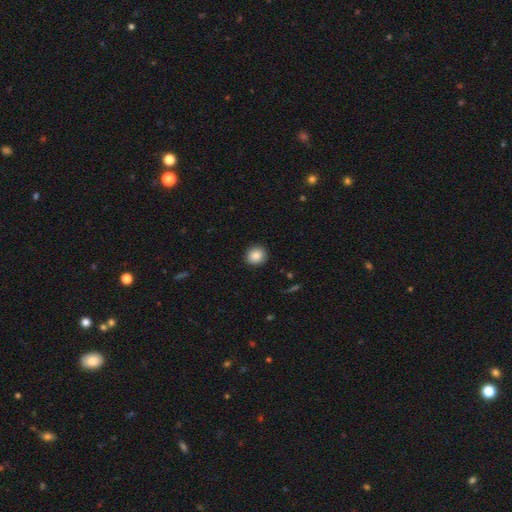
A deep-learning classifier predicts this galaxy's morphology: Smooth or featured: smooth — 87% (star or artifact — 9%)
How rounded: round — 82% (in between — 17%)
Merging: none — 91% (minor disturbance — 6%)